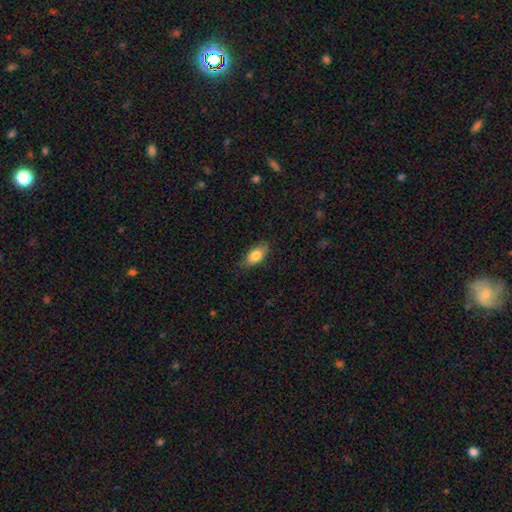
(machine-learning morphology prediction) smooth 80%, featured or disk 13%, star or artifact 7%. Down the decision tree: how rounded — in between (89%); merging — none (80%).